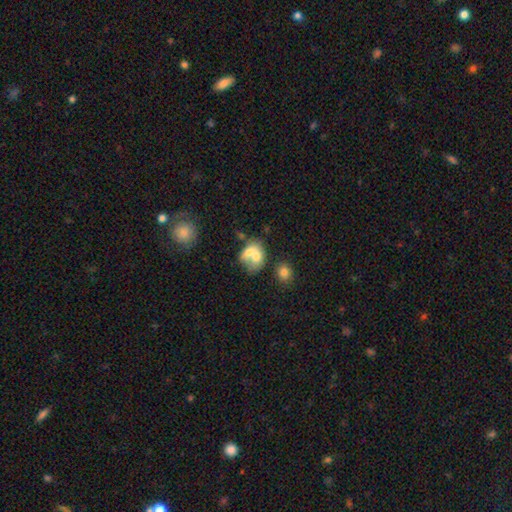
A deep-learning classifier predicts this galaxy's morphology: Smooth or featured? smooth (65%)
How rounded? in between (60%)
Merging? merger (66%)